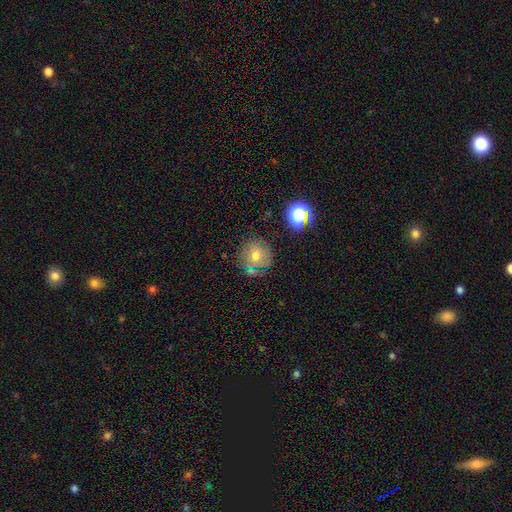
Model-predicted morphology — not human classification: smooth 65%, star or artifact 18%, featured or disk 17%. Down the decision tree: how rounded — round (91%); merging — none (77%).